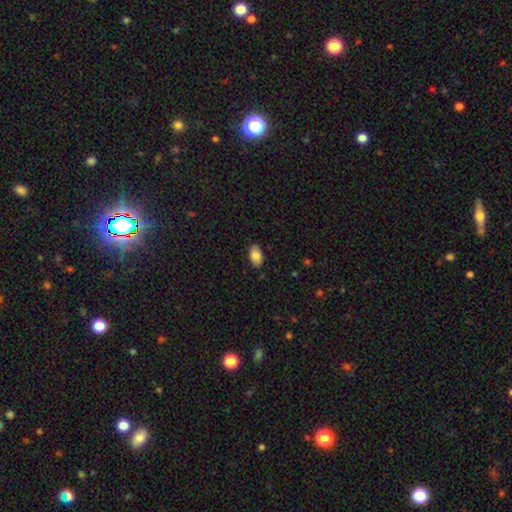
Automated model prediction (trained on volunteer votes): Smooth or featured: smooth — 86% (star or artifact — 7%)
How rounded: in between — 93% (round — 5%)
Merging: none — 84% (minor disturbance — 12%)